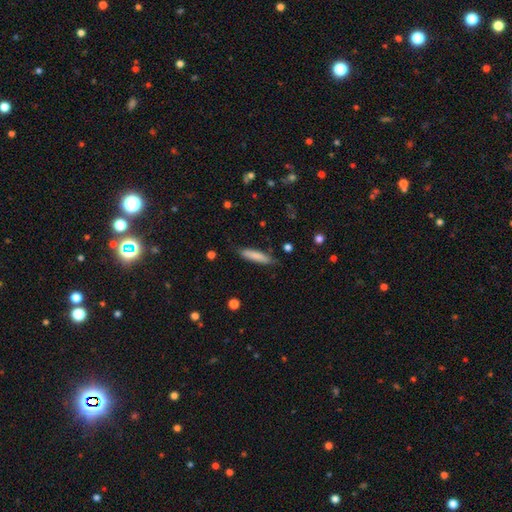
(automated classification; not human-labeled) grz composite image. It shows a smooth galaxy with no disk features (80%) that is cigar-shaped (82%). Merging: none (80%).